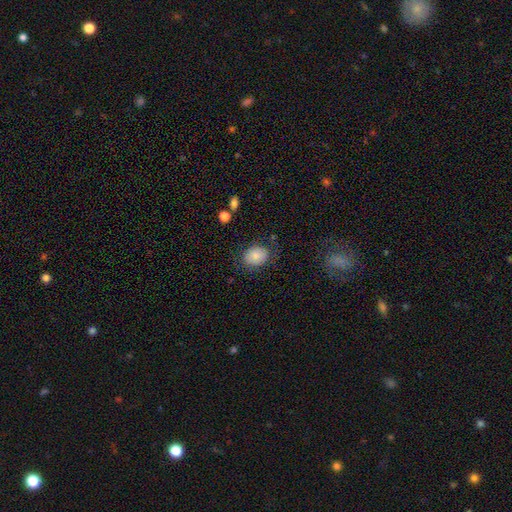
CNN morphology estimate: Smooth or featured? smooth (80%)
How rounded? in between (60%)
Merging? none (75%)